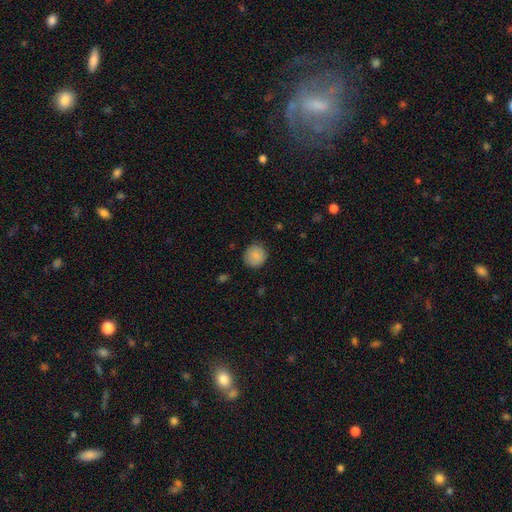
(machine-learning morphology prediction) Overall: smooth (87%). How rounded: round (91%). Merging: none (86%).